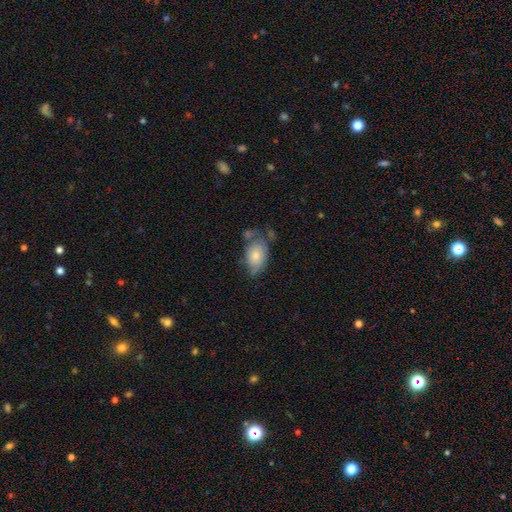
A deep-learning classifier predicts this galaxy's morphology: Overall: smooth (66%; featured or disk 27%). How rounded: in between (89%). Merging: none (36%; minor disturbance 33%).